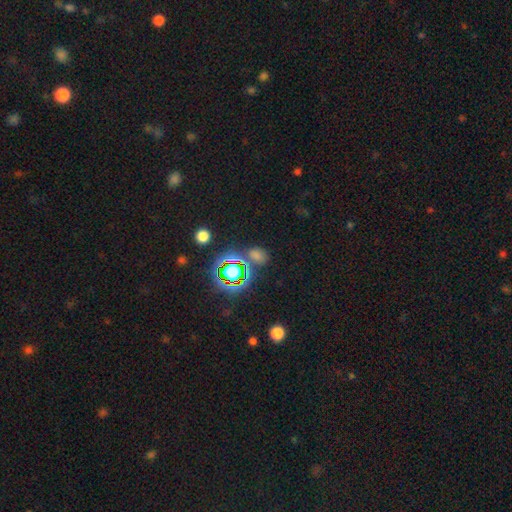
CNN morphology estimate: The model was most divided on "smooth or featured": star or artifact: 46%, smooth: 45%, featured or disk: 8%.